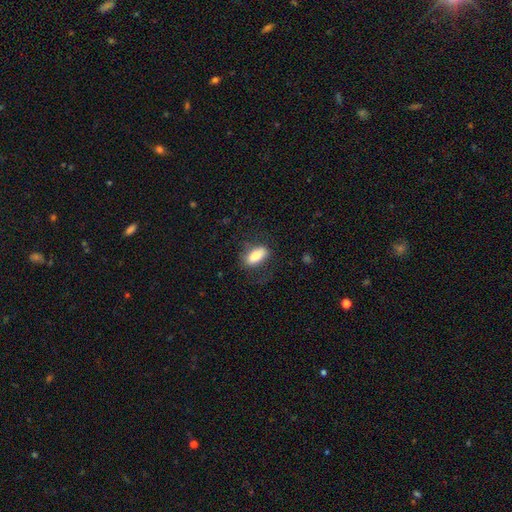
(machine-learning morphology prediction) Overall: smooth (80%). How rounded: in between (87%). Merging: none (72%).